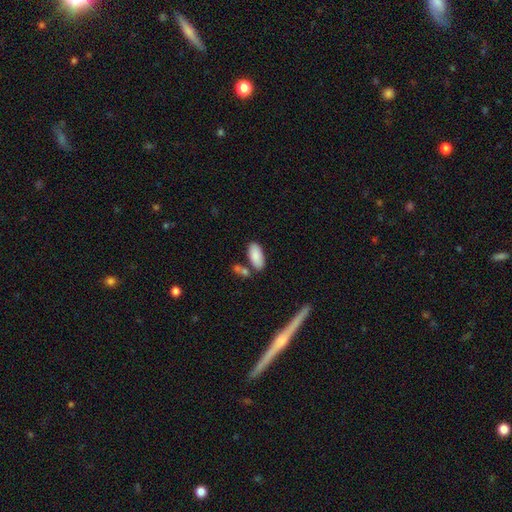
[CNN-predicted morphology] A smooth galaxy with no disk features (88%) that is in between round and cigar-shaped (91%).

Vote fractions:
- Smooth or featured? smooth: 88% / star or artifact: 6% / featured or disk: 6%
- How rounded? in between: 91% / cigar-shaped: 7% / round: 2%
- Merging? none: 68% / merger: 15% / minor disturbance: 13% / major disturbance: 4%